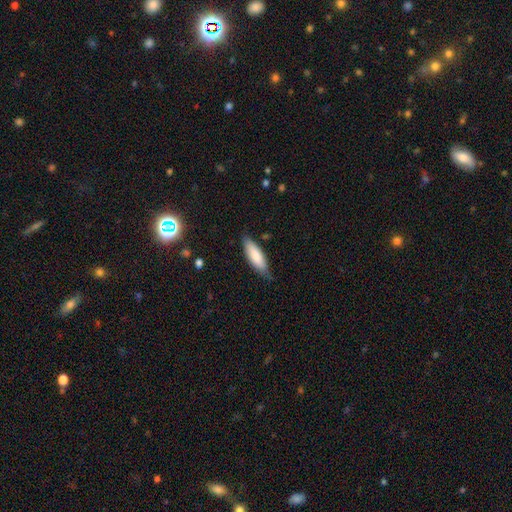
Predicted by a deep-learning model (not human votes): Smooth or featured?
  - smooth: 81% *
  - featured or disk: 13%
  - star or artifact: 6%
How rounded?
  - in between: 58% *
  - cigar-shaped: 41%
  - round: 1%
Merging?
  - none: 72% *
  - minor disturbance: 23%
  - major disturbance: 4%
  - merger: 2%